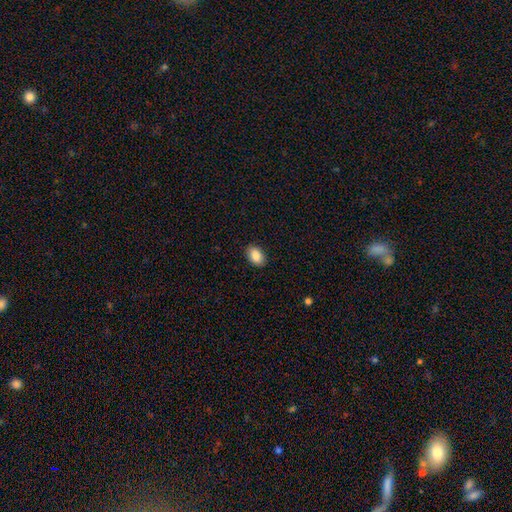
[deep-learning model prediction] A smooth galaxy with no disk features (88%) that is in between round and cigar-shaped (89%). Merging: none (89%).